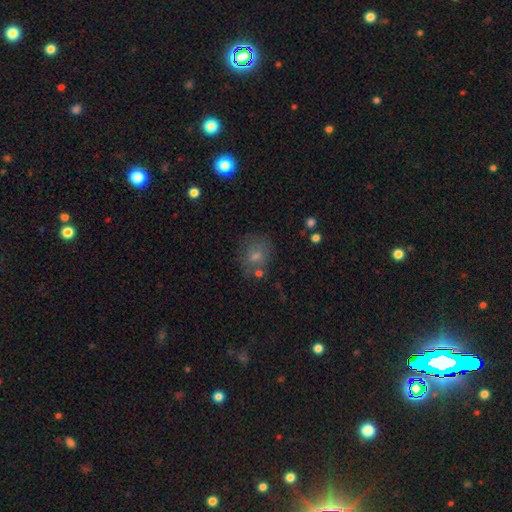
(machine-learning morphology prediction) Smooth or featured? Predicted: smooth (p=0.52). How rounded? Predicted: round (p=0.71). Merging? Predicted: none (p=0.66).